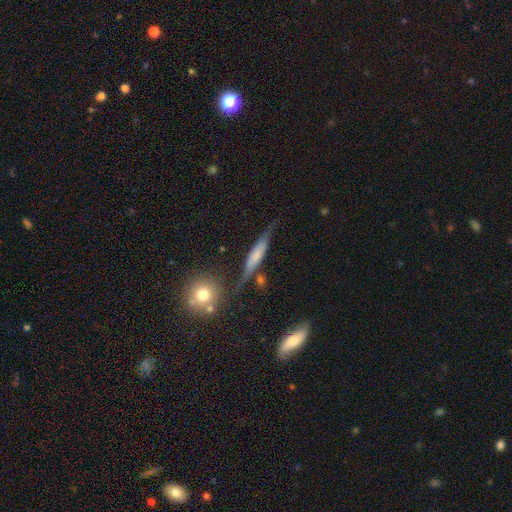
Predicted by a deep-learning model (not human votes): Smooth or featured: featured or disk — 52% (smooth — 40%)
Edge-on disk: yes — 87% (no — 13%)
Merging: none — 70% (minor disturbance — 19%)